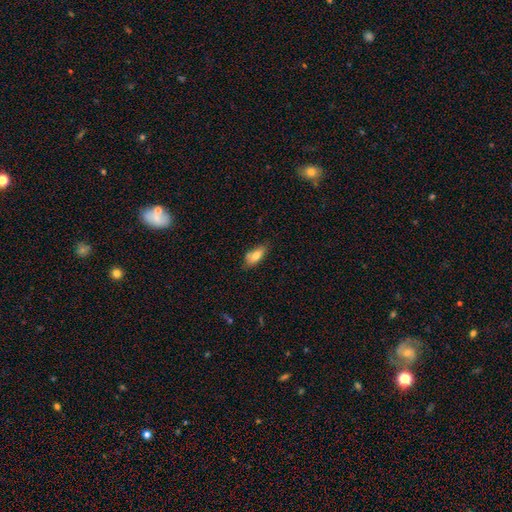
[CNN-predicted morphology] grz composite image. It shows a smooth galaxy with no disk features (77%) that is in between round and cigar-shaped (86%). Merging: none (71%).